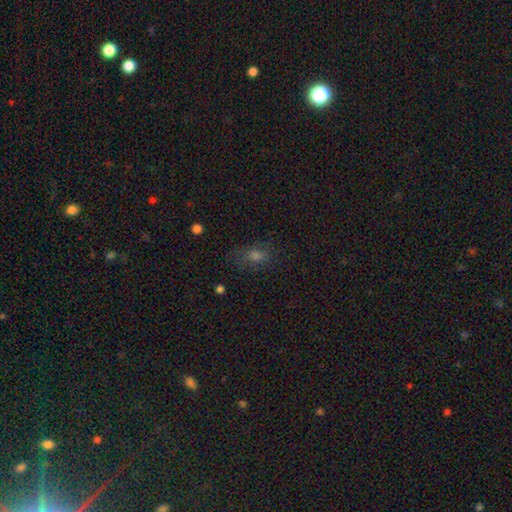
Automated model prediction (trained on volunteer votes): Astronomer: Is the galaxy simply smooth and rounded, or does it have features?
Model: smooth — 60%.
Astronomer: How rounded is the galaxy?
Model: in between — 68%.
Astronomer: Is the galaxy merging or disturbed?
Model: none — 67%.